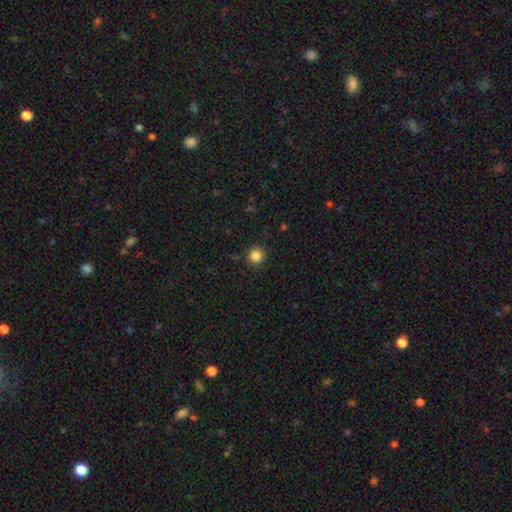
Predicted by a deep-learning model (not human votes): Smooth or featured: smooth — 85% (star or artifact — 11%)
How rounded: round — 94% (in between — 5%)
Merging: none — 89% (minor disturbance — 7%)